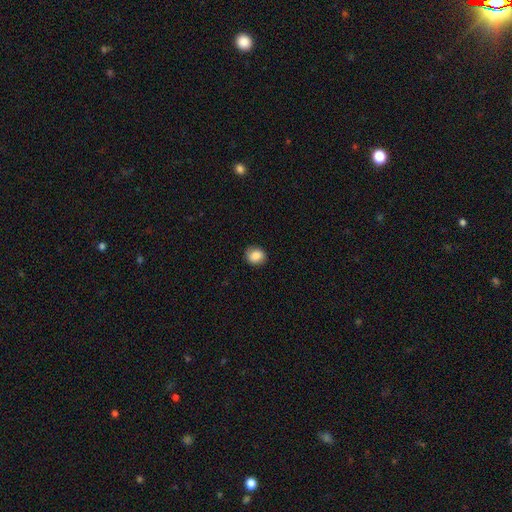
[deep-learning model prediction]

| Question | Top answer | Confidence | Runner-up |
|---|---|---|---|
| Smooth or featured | smooth | 85% | star or artifact (9%) |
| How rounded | round | 75% | in between (24%) |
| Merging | none | 88% | minor disturbance (9%) |